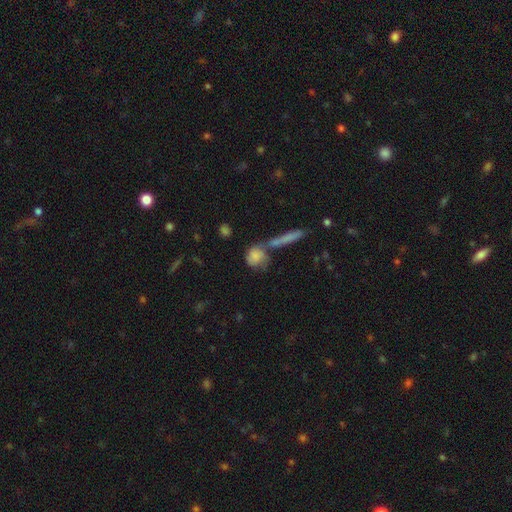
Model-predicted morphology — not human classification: Smooth or featured? Predicted: smooth (p=0.66). How rounded? Predicted: round (p=0.57). Merging? Predicted: merger (p=0.40).